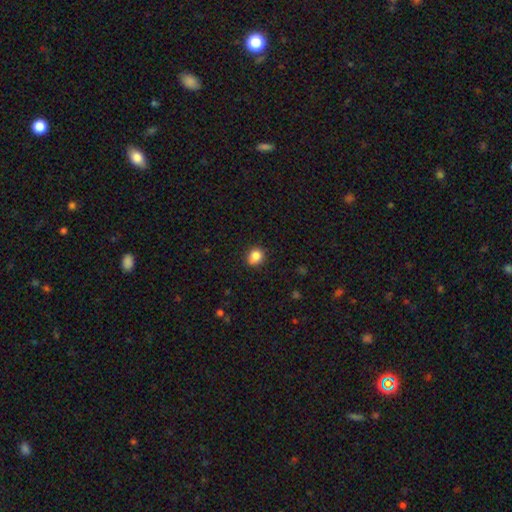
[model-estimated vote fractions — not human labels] Smooth or featured: smooth — 84% (star or artifact — 10%)
How rounded: round — 70% (in between — 29%)
Merging: none — 81% (minor disturbance — 15%)